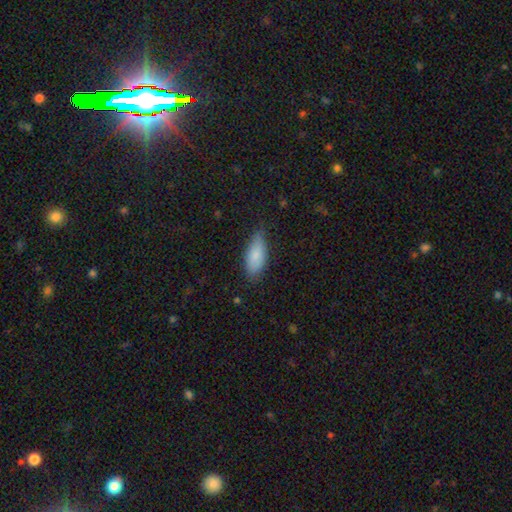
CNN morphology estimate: Smooth or featured? smooth (82%)
How rounded? in between (82%)
Merging? none (72%)